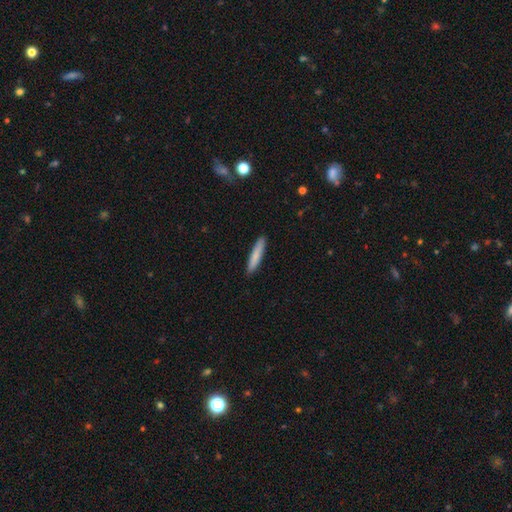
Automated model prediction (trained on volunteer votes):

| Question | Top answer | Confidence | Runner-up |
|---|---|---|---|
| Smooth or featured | smooth | 82% | featured or disk (13%) |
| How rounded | cigar-shaped | 91% | in between (8%) |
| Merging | none | 91% | minor disturbance (7%) |